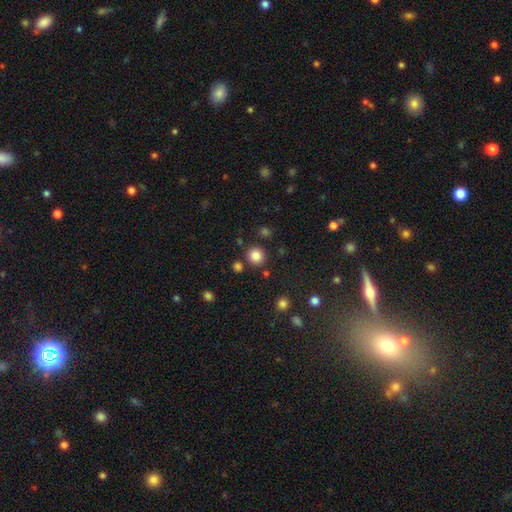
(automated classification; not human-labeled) This appears to be a smooth galaxy with no disk features (84%) that is round (91%). Merging: none (86%).